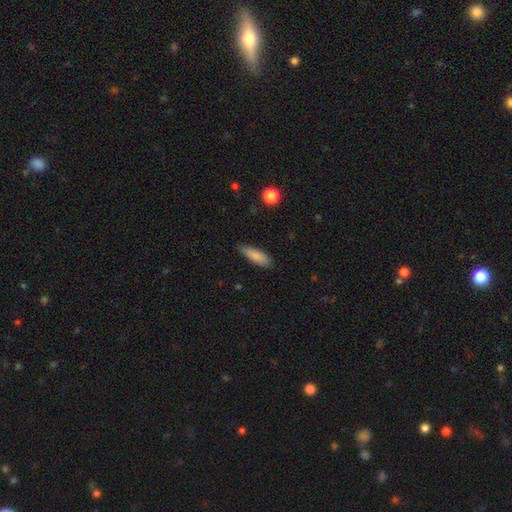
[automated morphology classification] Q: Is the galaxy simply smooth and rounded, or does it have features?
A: smooth — 84%.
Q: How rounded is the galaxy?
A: cigar-shaped — 52%.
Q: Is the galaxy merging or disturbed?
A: none — 81%.